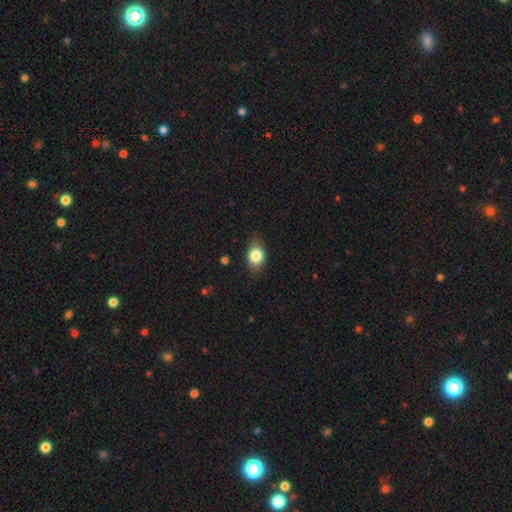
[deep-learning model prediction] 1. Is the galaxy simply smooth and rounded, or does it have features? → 80% smooth, 12% featured or disk, 9% star or artifact.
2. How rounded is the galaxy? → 68% in between, 30% round, 2% cigar-shaped.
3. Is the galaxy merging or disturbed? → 76% none, 19% minor disturbance, 4% major disturbance, 1% merger.